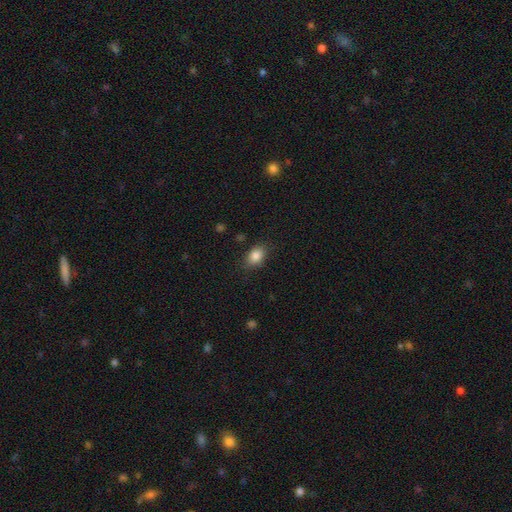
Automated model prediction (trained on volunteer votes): A smooth galaxy with no disk features (85%) that is in between round and cigar-shaped (77%).

Vote fractions:
- Smooth or featured? smooth: 85% / star or artifact: 9% / featured or disk: 6%
- How rounded? in between: 77% / round: 21% / cigar-shaped: 2%
- Merging? none: 82% / minor disturbance: 13% / major disturbance: 3% / merger: 1%